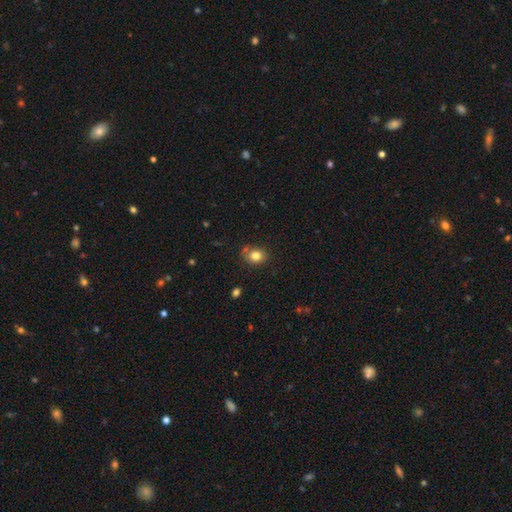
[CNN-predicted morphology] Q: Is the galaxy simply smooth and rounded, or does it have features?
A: smooth — 81%.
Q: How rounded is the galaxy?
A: round — 54%.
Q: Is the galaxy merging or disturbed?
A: none — 74%.